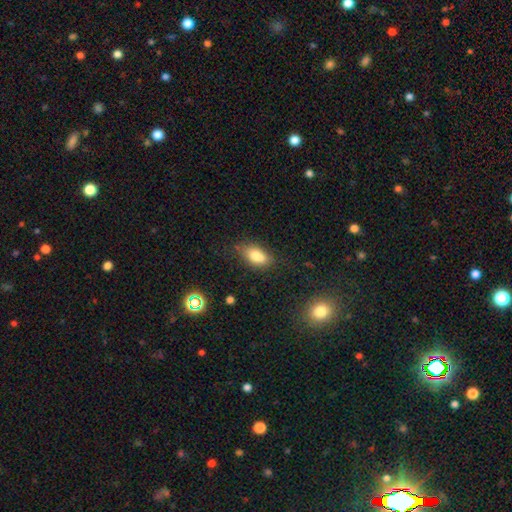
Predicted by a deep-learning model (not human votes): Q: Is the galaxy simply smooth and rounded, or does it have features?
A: smooth — 76%.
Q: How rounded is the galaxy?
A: in between — 86%.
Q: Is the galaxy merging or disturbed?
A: none — 61%.